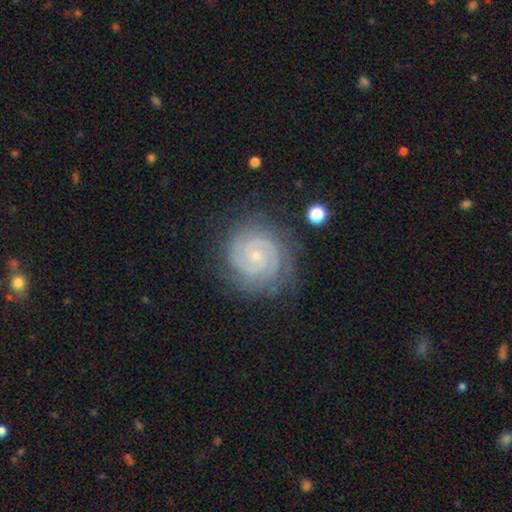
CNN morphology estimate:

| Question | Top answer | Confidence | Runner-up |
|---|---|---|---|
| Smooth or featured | featured or disk | 89% | star or artifact (6%) |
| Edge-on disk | no | 98% | yes (2%) |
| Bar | no | 70% | weak (23%) |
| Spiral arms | yes | 98% | no (2%) |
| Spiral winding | tight | 79% | medium (18%) |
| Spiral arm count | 2 | 68% | 3 (14%) |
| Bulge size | small | 82% | moderate (13%) |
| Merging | none | 81% | minor disturbance (13%) |